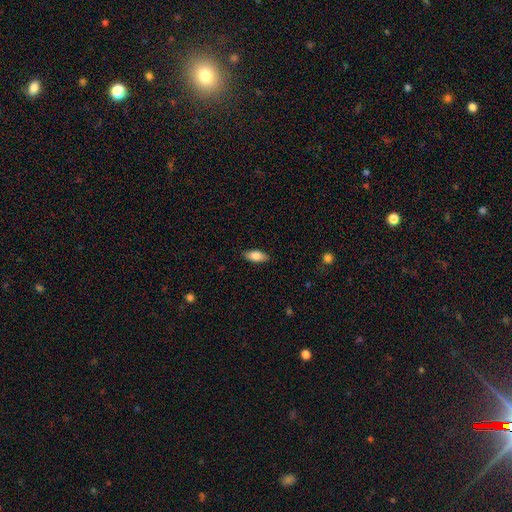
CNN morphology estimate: Smooth or featured?
  - smooth: 83% *
  - featured or disk: 10%
  - star or artifact: 7%
How rounded?
  - in between: 87% *
  - cigar-shaped: 11%
  - round: 3%
Merging?
  - none: 86% *
  - minor disturbance: 10%
  - major disturbance: 2%
  - merger: 1%